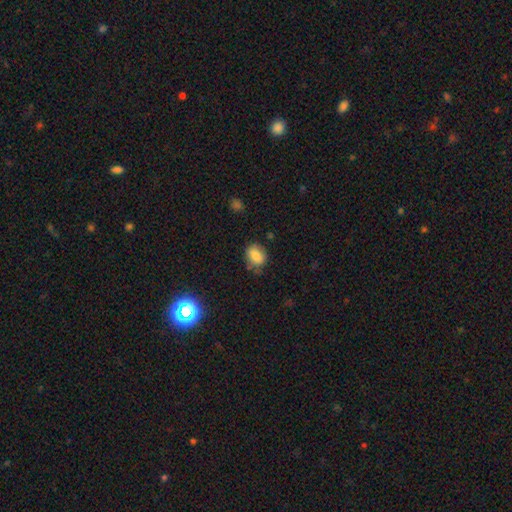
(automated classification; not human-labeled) Overall: smooth (79%). How rounded: in between (58%; round 41%). Merging: none (69%).